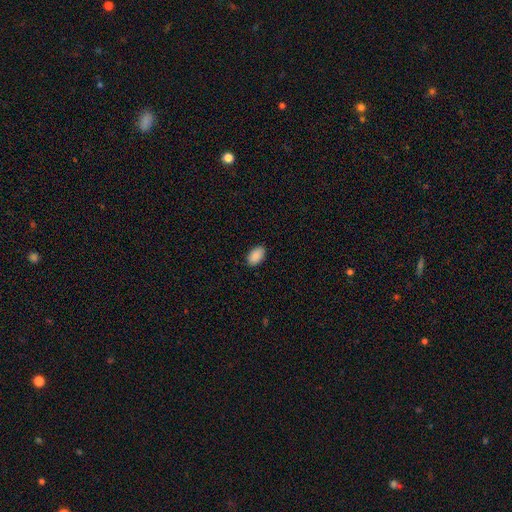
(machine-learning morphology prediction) smooth-or-featured: smooth: 90% | star or artifact: 7% | featured or disk: 3%
  how-rounded: in between: 94% | round: 5% | cigar-shaped: 1%
  merging: none: 89% | minor disturbance: 8% | major disturbance: 2% | merger: 1%